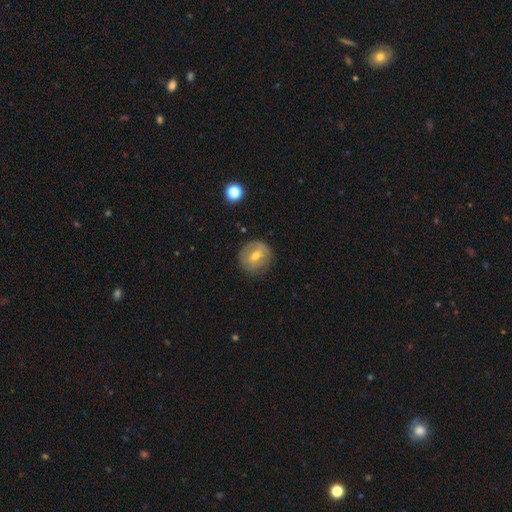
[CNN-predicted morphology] Smooth or featured: featured or disk — 47% (smooth — 45%)
Merging: none — 79% (minor disturbance — 15%)